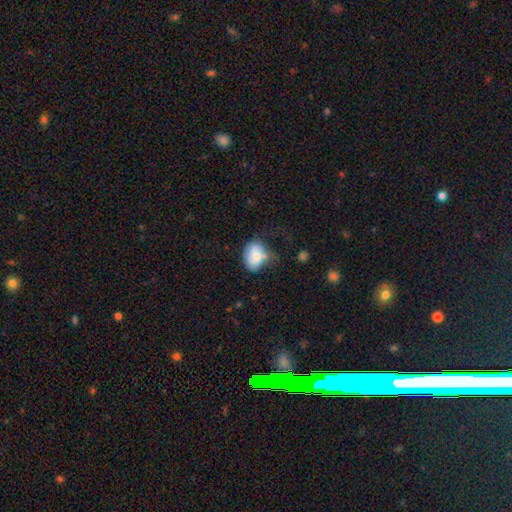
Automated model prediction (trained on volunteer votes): A smooth galaxy with no disk features (75%) that is in between round and cigar-shaped (74%). Merging: none (38%).